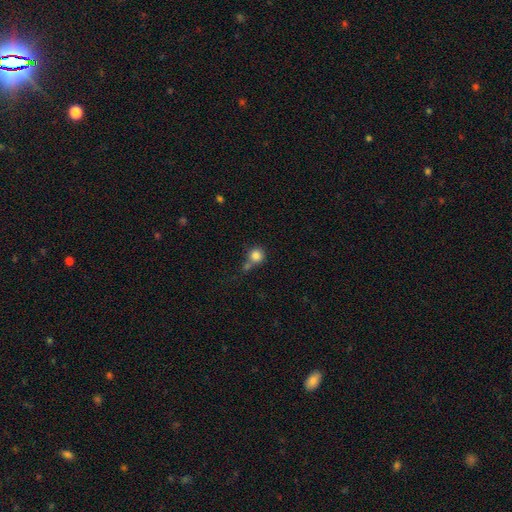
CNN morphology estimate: A smooth galaxy with no disk features (83%) that is round (90%). Merging: none (51%).